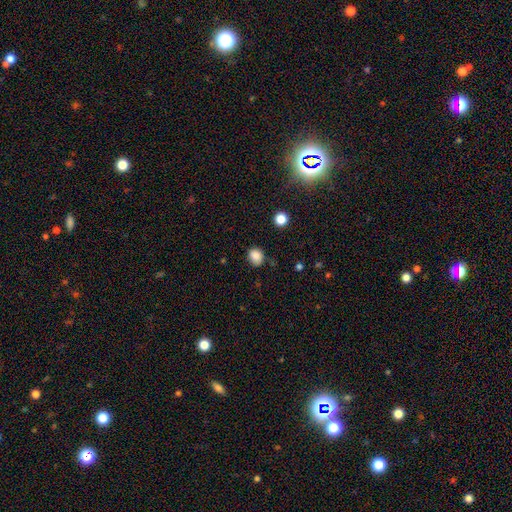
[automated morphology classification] Q: Smooth or featured?
A: smooth (85%); runner-up: star or artifact (10%)
Q: How rounded?
A: round (67%); runner-up: in between (32%)
Q: Merging?
A: none (78%); runner-up: minor disturbance (16%)